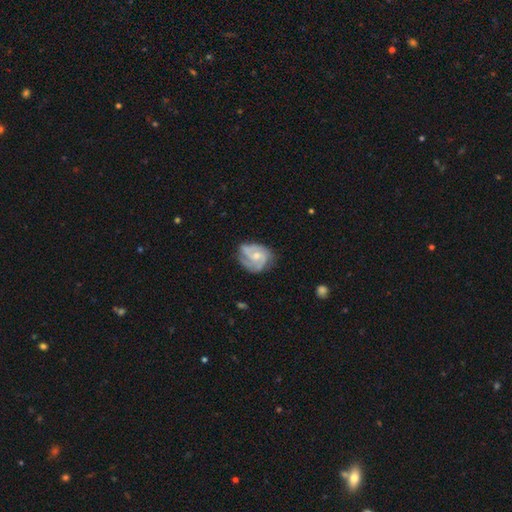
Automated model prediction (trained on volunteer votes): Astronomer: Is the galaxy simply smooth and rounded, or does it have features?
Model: featured or disk — 81%.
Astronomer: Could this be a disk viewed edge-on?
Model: no — 98%.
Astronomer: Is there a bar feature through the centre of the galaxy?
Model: no — 63%.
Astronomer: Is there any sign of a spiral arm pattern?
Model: yes — 95%.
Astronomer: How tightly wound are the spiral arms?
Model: medium — 46% (runner-up: tight, 41%).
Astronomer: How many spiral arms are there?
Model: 3 — 47% (runner-up: 2, 31%).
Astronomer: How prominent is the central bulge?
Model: small — 48% (runner-up: moderate, 47%).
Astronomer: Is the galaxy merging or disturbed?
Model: none — 61%.